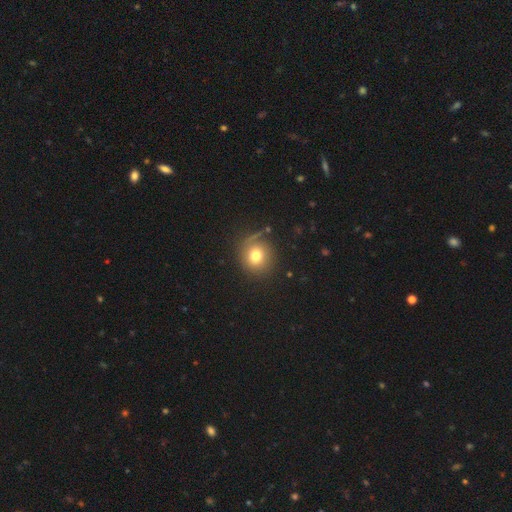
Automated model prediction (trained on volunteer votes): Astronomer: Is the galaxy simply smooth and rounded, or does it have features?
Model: smooth — 74%.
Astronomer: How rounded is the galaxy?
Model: round — 88%.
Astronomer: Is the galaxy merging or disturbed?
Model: none — 75%.